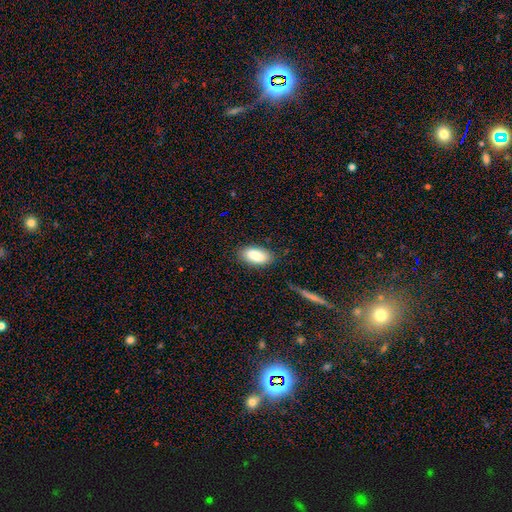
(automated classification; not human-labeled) Q: Smooth or featured?
A: smooth (85%); runner-up: featured or disk (8%)
Q: How rounded?
A: in between (91%); runner-up: cigar-shaped (7%)
Q: Merging?
A: none (81%); runner-up: minor disturbance (14%)